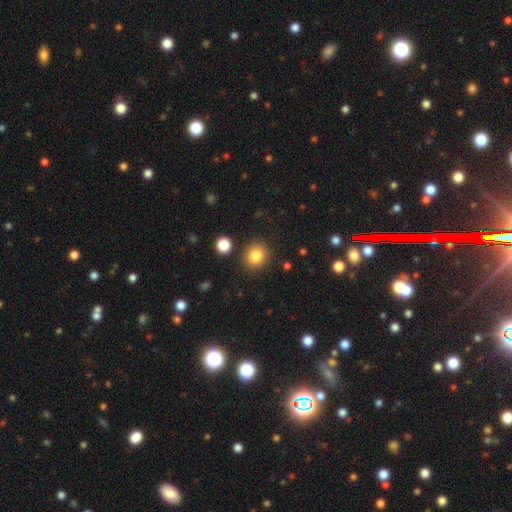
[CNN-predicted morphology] Smooth or featured: smooth — 84% (star or artifact — 10%)
How rounded: round — 78% (in between — 21%)
Merging: none — 86% (minor disturbance — 7%)